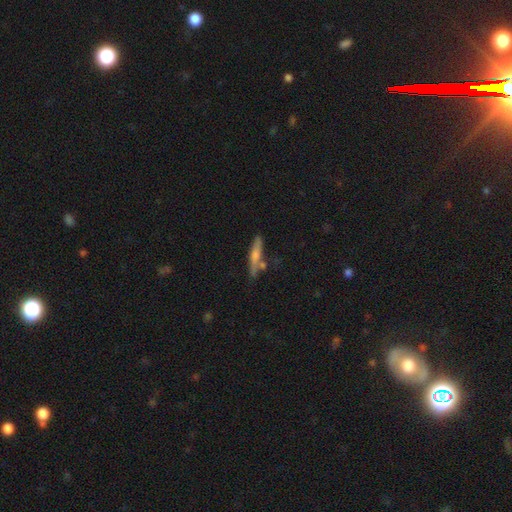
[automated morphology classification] A smooth galaxy with no disk features (57%) that is cigar-shaped (84%).

Vote fractions:
- Smooth or featured? smooth: 57% / featured or disk: 36% / star or artifact: 7%
- How rounded? cigar-shaped: 84% / in between: 13% / round: 2%
- Merging? none: 66% / minor disturbance: 17% / merger: 12% / major disturbance: 5%